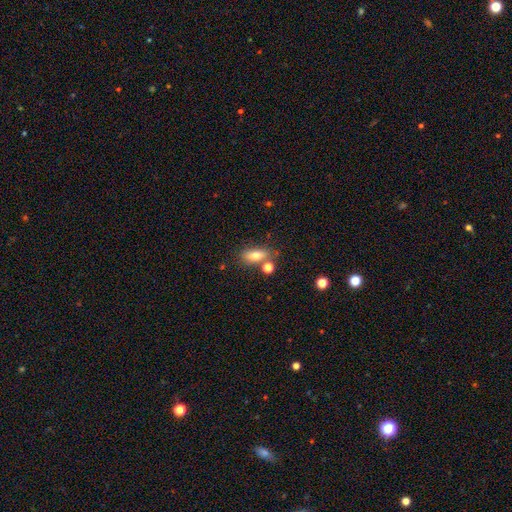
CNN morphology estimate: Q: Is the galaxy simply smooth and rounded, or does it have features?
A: smooth — 76%.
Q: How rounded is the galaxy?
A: in between — 77%.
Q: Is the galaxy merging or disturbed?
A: none — 66%.